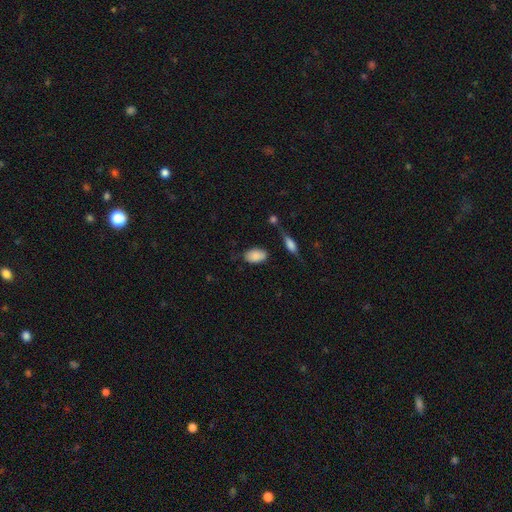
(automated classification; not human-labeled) smooth 87%, star or artifact 7%, featured or disk 6%. Down the decision tree: how rounded — in between (93%); merging — none (71%).